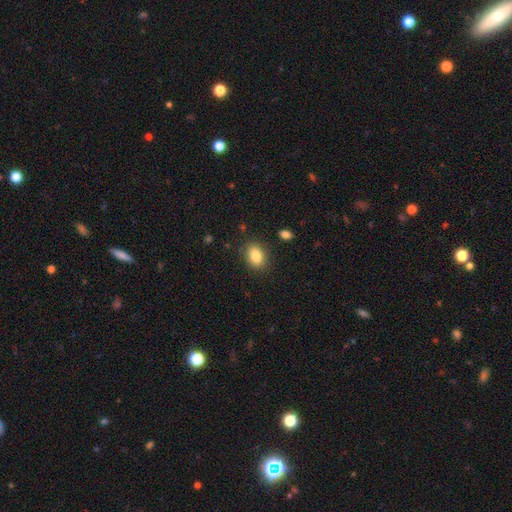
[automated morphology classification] Overall: smooth (85%). How rounded: in between (79%). Merging: none (85%).